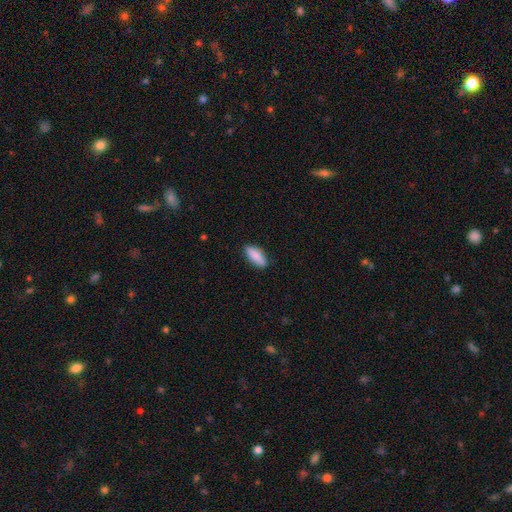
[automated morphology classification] Smooth or featured?
  - smooth: 88% *
  - featured or disk: 6%
  - star or artifact: 6%
How rounded?
  - in between: 72% *
  - cigar-shaped: 26%
  - round: 2%
Merging?
  - none: 88% *
  - minor disturbance: 9%
  - major disturbance: 2%
  - merger: 1%